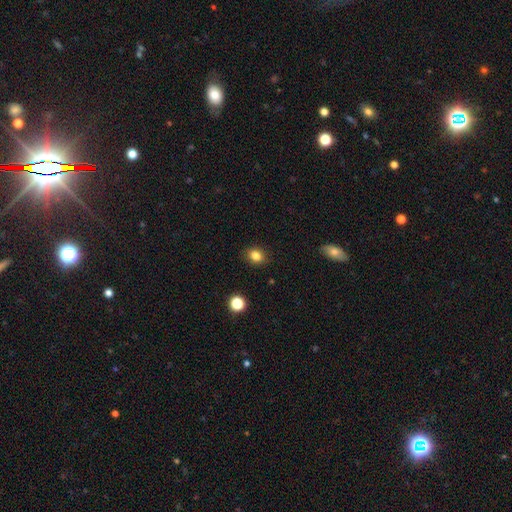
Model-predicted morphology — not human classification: smooth-or-featured: smooth: 83% | star or artifact: 12% | featured or disk: 5%
  how-rounded: round: 52% | in between: 47% | cigar-shaped: 1%
  merging: none: 88% | minor disturbance: 9% | major disturbance: 2% | merger: 1%